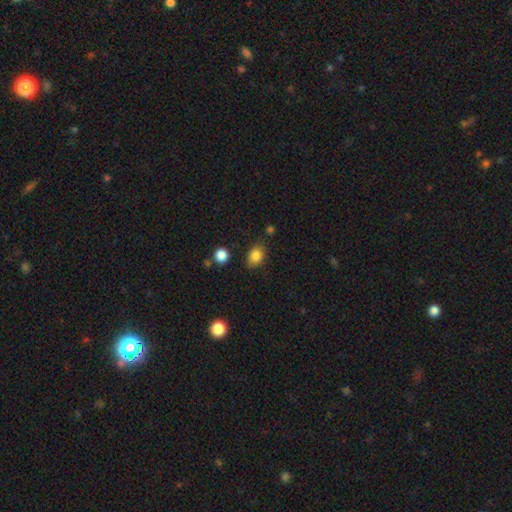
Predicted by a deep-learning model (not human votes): smooth 84%, star or artifact 10%, featured or disk 6%. Down the decision tree: how rounded — in between (69%); merging — none (78%).